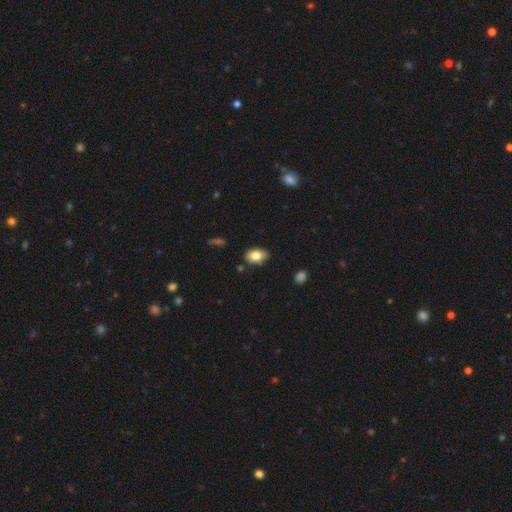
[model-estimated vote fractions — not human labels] smooth_or_featured: smooth (p=0.81) [alt: featured or disk p=0.11]
how_rounded: in between (p=0.88) [alt: round p=0.11]
merging: none (p=0.81) [alt: minor disturbance p=0.15]